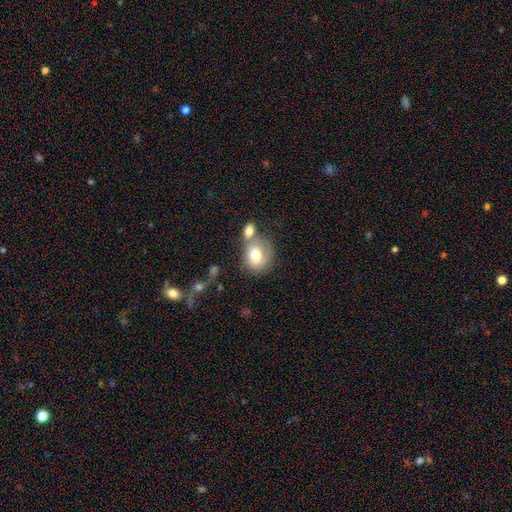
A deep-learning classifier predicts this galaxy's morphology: type=smooth (67%); roundness=round (50%); merging=merger (39%).